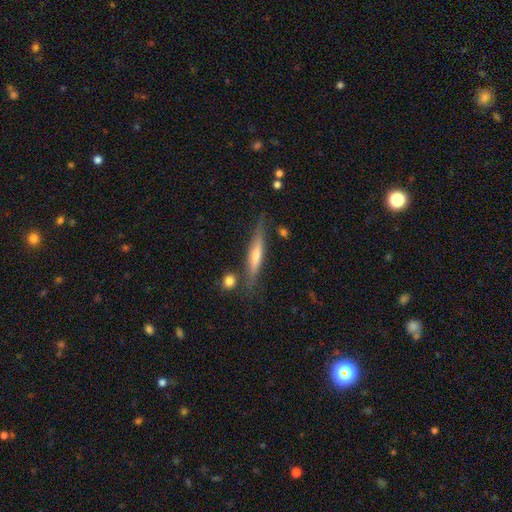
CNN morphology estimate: Smooth or featured? Predicted: featured or disk (p=0.59). Edge-on disk? Predicted: yes (p=0.95). Edge-on bulge? Predicted: rounded (p=0.59). Merging? Predicted: none (p=0.80).